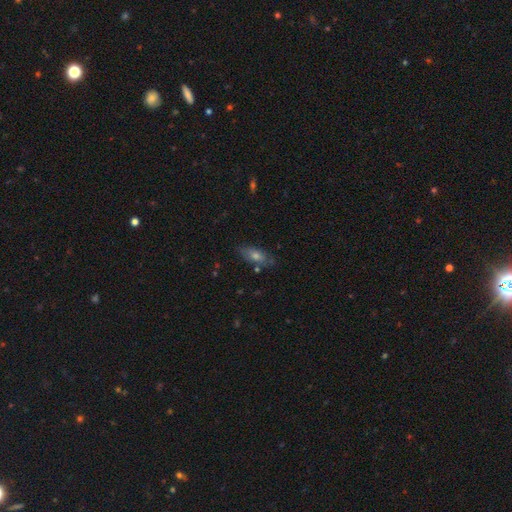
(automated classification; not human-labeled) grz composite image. It shows a smooth galaxy with no disk features (53%) that is in between round and cigar-shaped (70%). Merging: none (77%).